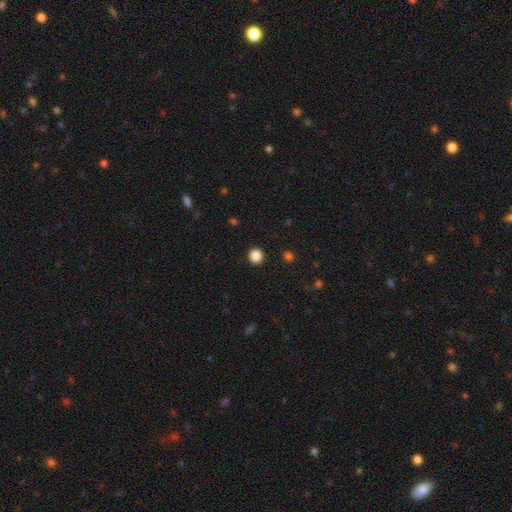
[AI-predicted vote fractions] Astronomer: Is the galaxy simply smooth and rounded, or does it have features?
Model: smooth — 87%.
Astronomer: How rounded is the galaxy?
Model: round — 92%.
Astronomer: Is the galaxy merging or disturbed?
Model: none — 93%.